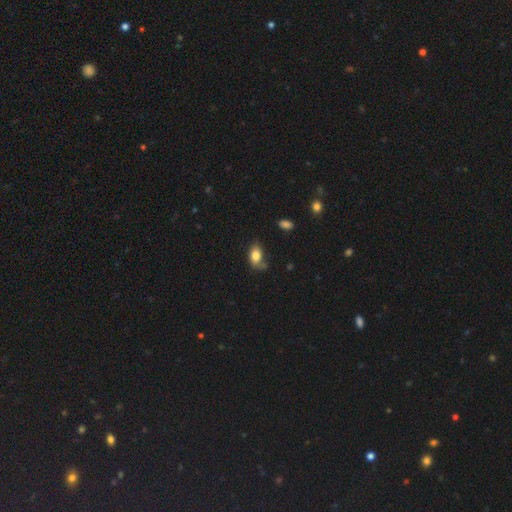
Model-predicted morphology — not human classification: This appears to be a smooth galaxy with no disk features (80%) that is in between round and cigar-shaped (86%). Merging: none (53%).